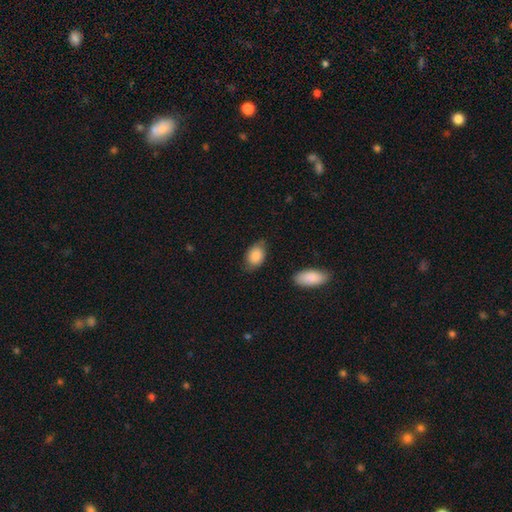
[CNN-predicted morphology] smooth 86%, featured or disk 8%, star or artifact 6%. Down the decision tree: how rounded — in between (85%); merging — none (71%).